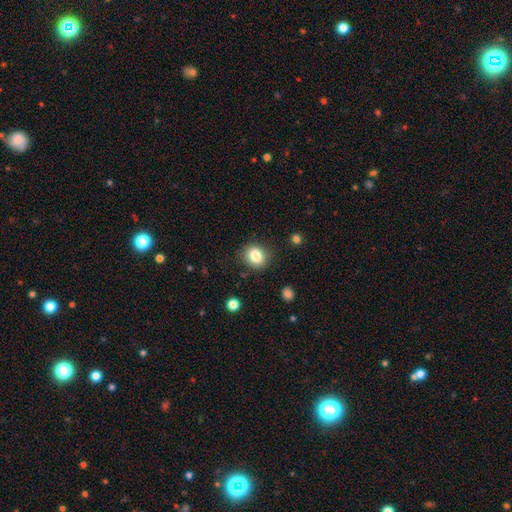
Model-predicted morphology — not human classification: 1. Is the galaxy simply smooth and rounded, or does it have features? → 84% smooth, 10% star or artifact, 6% featured or disk.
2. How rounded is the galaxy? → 67% round, 32% in between, 1% cigar-shaped.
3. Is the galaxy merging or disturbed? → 85% none, 10% minor disturbance, 3% major disturbance, 2% merger.